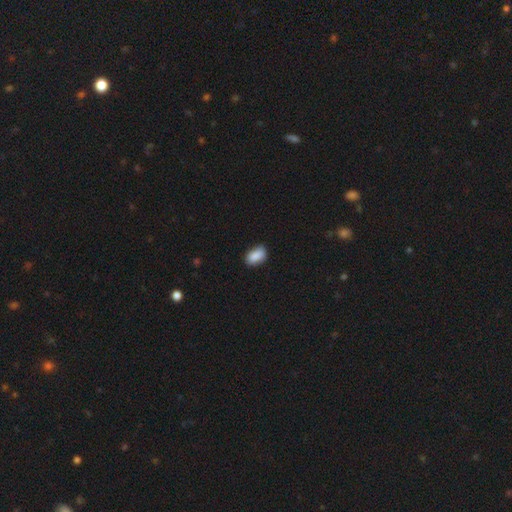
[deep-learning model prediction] A smooth galaxy with no disk features (86%) that is in between round and cigar-shaped (88%). Merging: none (74%).